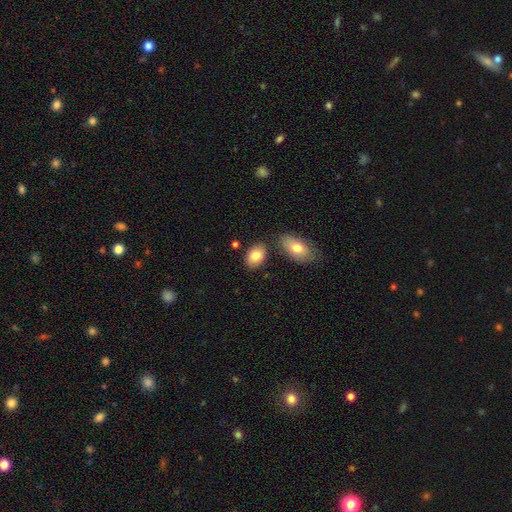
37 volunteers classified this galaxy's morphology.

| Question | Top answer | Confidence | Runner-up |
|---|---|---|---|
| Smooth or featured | smooth | 81% | featured or disk (16%) |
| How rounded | in between | 80% | round (17%) |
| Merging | none | 78% | merger (17%) |